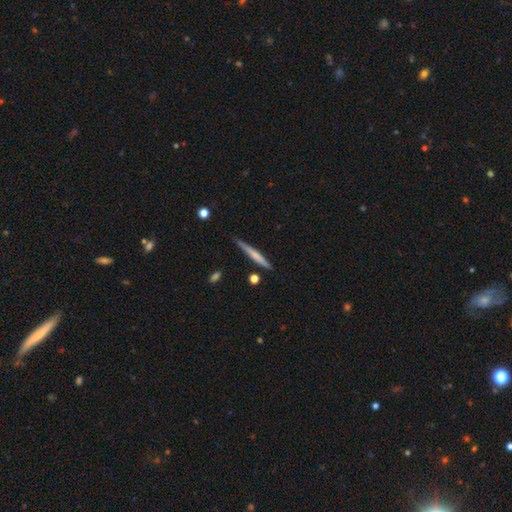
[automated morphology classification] Smooth or featured: smooth — 54% (featured or disk — 41%)
How rounded: cigar-shaped — 95% (in between — 3%)
Merging: none — 83% (minor disturbance — 13%)